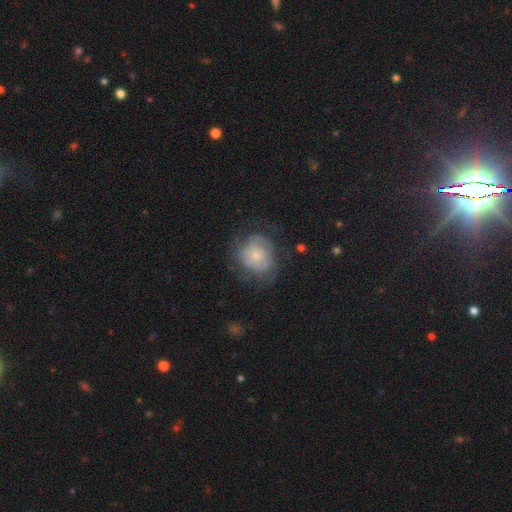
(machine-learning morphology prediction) This is possibly a smooth galaxy (47%). Merging: possibly none (54%).